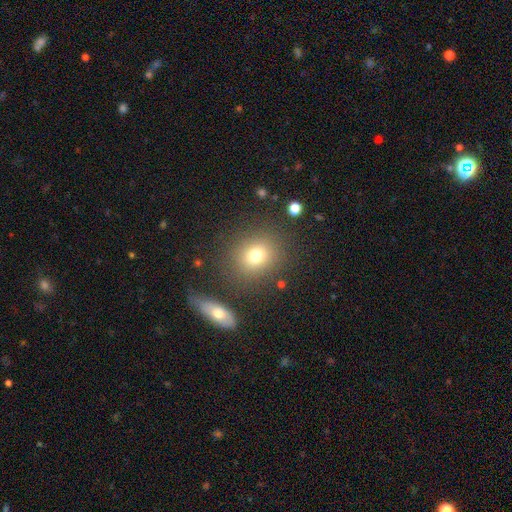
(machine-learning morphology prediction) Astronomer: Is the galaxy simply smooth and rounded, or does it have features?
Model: smooth — 74%.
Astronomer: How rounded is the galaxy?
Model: round — 72%.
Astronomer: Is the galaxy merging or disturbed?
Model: none — 80%.